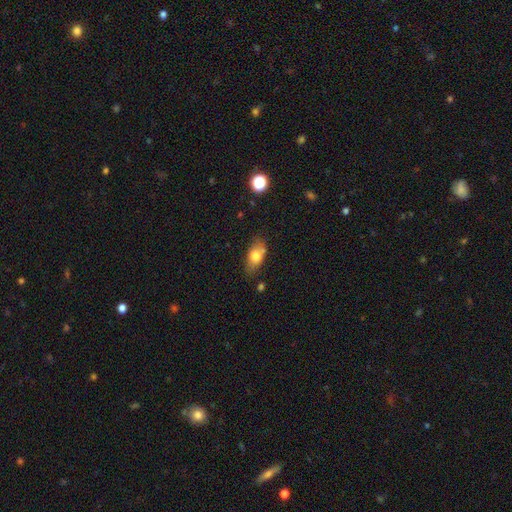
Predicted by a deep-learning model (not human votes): This appears to be a smooth galaxy with no disk features (74%) that is in between round and cigar-shaped (82%). Merging: none (64%).